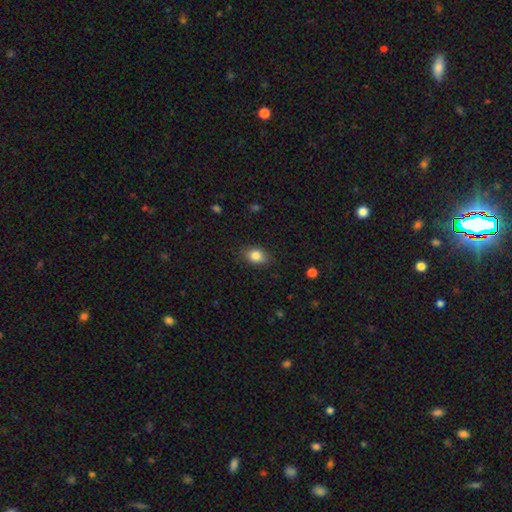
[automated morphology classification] Overall: smooth (84%). How rounded: in between (75%). Merging: none (85%).